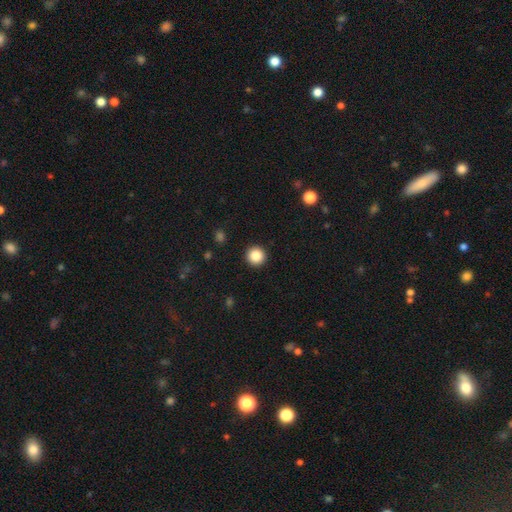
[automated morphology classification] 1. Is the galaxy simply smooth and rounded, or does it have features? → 86% smooth, 10% star or artifact, 4% featured or disk.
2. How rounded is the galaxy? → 96% round, 3% in between, 1% cigar-shaped.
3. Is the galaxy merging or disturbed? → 93% none, 4% minor disturbance, 2% major disturbance, 1% merger.